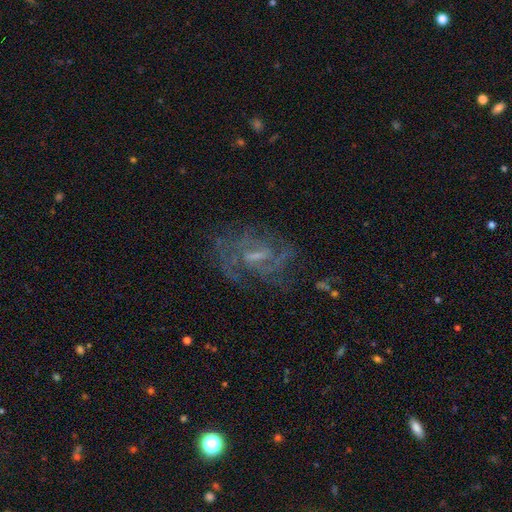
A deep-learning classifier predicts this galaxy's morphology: A featured or disk galaxy (70%) with a weak bar (52%), medium (43%) spiral arms (84%) and a small central bulge (46%). Merging: none (64%).